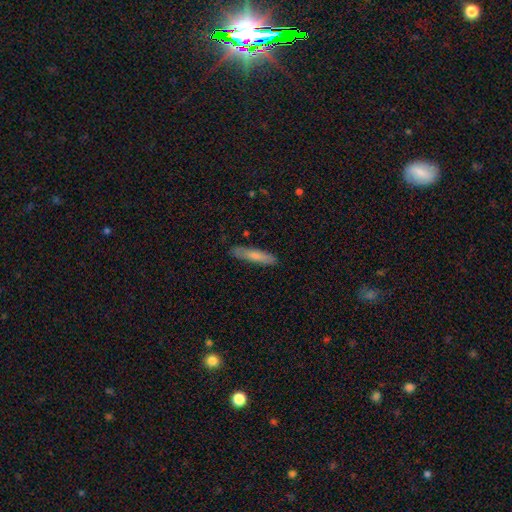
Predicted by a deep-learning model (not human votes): The model was most divided on "smooth or featured": smooth: 74%, featured or disk: 20%, star or artifact: 6%. More confident: how rounded — cigar-shaped (86%); merging — none (86%).